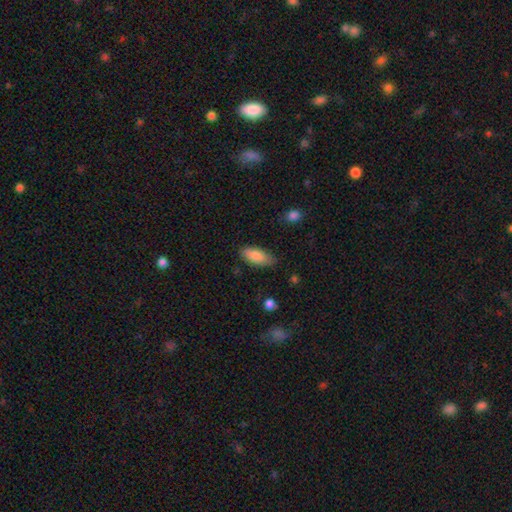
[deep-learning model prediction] Smooth or featured: smooth — 85% (featured or disk — 9%)
How rounded: in between — 83% (cigar-shaped — 15%)
Merging: none — 79% (minor disturbance — 16%)